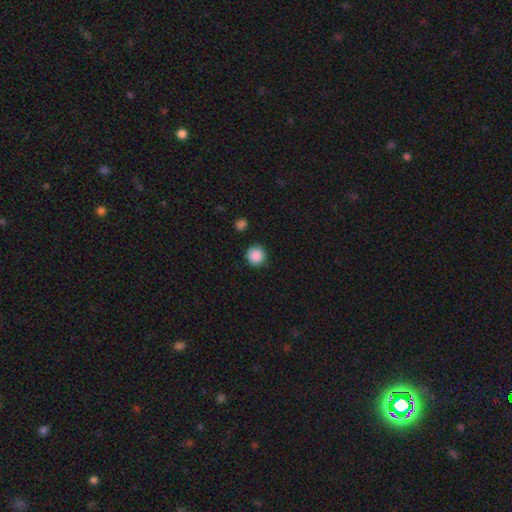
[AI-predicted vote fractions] This appears to be a smooth galaxy with no disk features (88%) that is round (94%). Merging: none (88%).